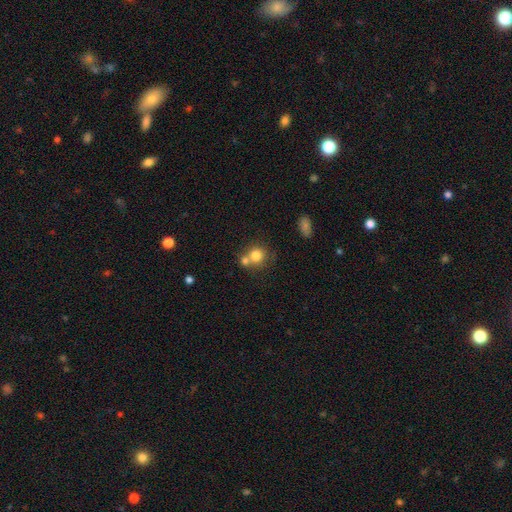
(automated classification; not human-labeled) Morphology: type=smooth (78%); roundness=round (85%); merging=none (46%).